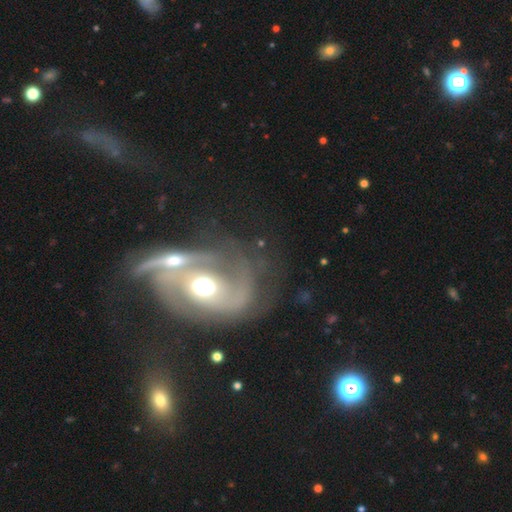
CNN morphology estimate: The model was most divided on "merging": merger: 35%, none: 28%, major disturbance: 23%, minor disturbance: 14%. Remaining: edge-on disk — no (96%); spiral arms — yes (85%); smooth or featured — featured or disk (82%); bulge size — moderate (67%); spiral arm count — 2 (64%); bar — no (55%); spiral winding — medium (43%).